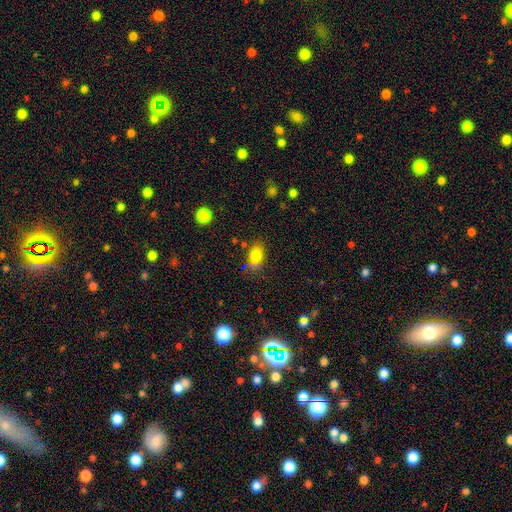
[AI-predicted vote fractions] Smooth or featured: smooth — 79% (star or artifact — 11%)
How rounded: in between — 83% (round — 14%)
Merging: none — 68% (minor disturbance — 19%)